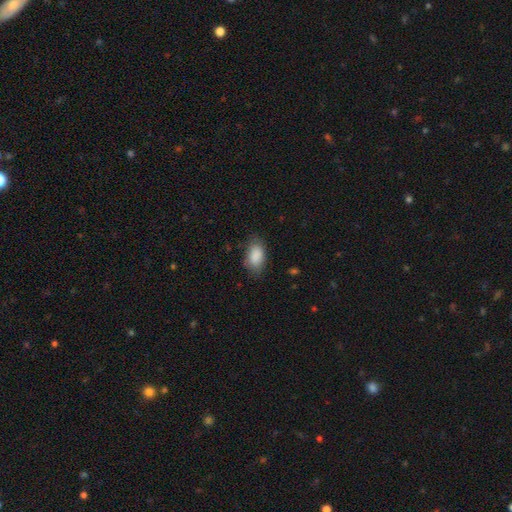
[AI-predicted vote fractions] Smooth or featured? Predicted: smooth (p=0.88). How rounded? Predicted: in between (p=0.92). Merging? Predicted: none (p=0.75).